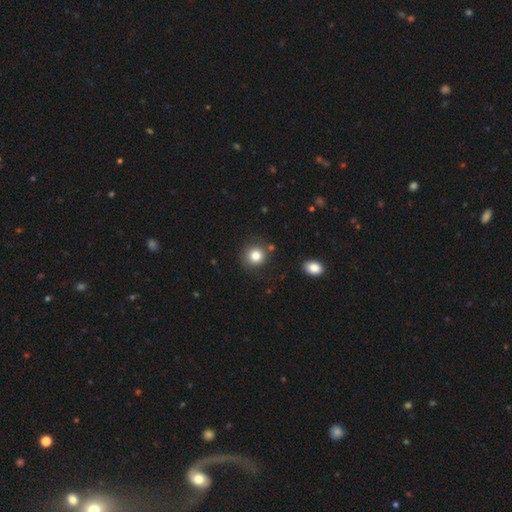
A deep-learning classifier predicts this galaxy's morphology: A smooth galaxy with no disk features (82%) that is round (89%).

Vote fractions:
- Smooth or featured? smooth: 82% / star or artifact: 11% / featured or disk: 7%
- How rounded? round: 89% / in between: 10% / cigar-shaped: 1%
- Merging? none: 83% / minor disturbance: 10% / merger: 4% / major disturbance: 3%